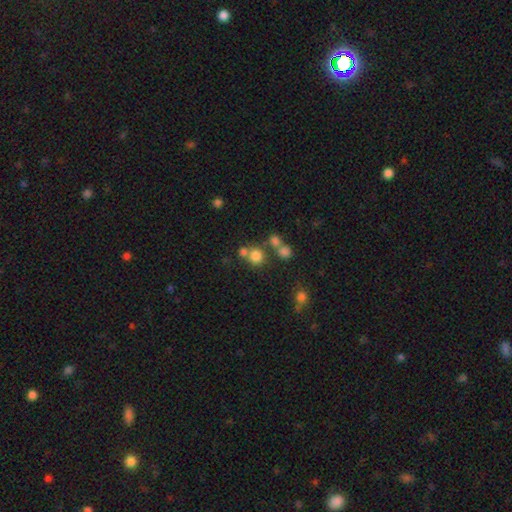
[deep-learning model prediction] Smooth or featured?
  - smooth: 74% *
  - star or artifact: 16%
  - featured or disk: 9%
How rounded?
  - round: 89% *
  - in between: 10%
  - cigar-shaped: 1%
Merging?
  - none: 60% *
  - merger: 27%
  - minor disturbance: 8%
  - major disturbance: 4%